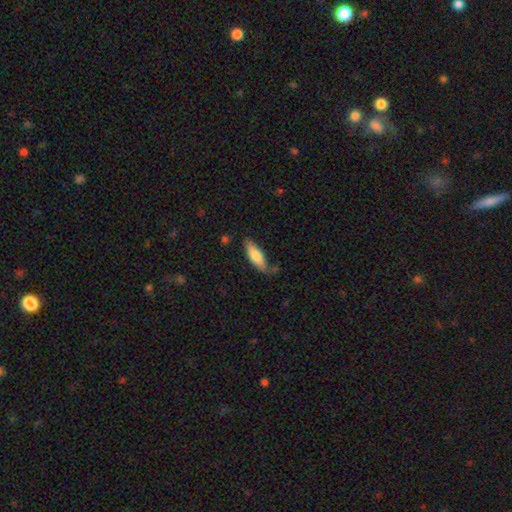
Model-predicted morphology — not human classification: Smooth or featured? smooth (75%)
How rounded? in between (63%)
Merging? none (65%)